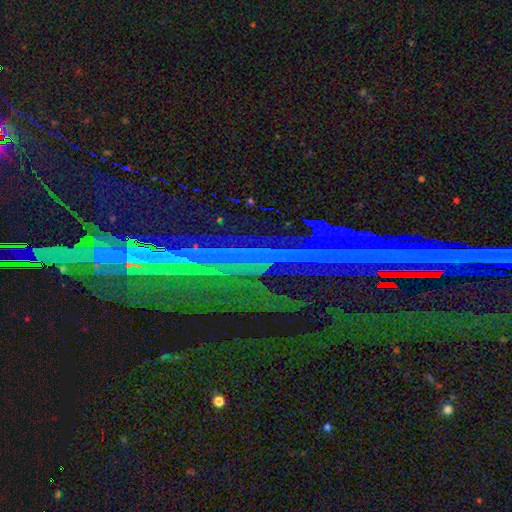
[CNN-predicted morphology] A star or artifact, not a galaxy (85%).

Vote fractions:
- Smooth or featured? star or artifact: 85% / featured or disk: 8% / smooth: 7%